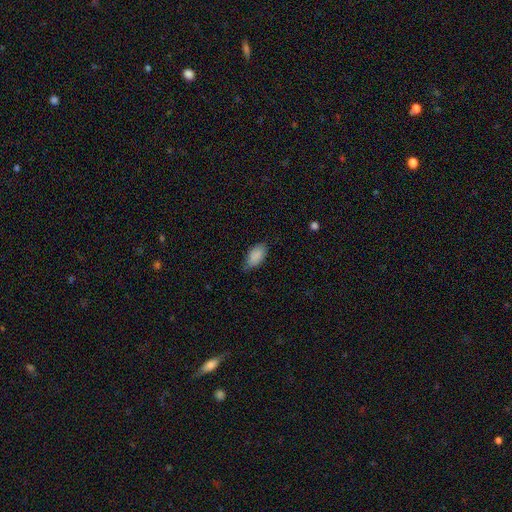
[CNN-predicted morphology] Smooth or featured? smooth (88%)
How rounded? in between (93%)
Merging? none (65%)